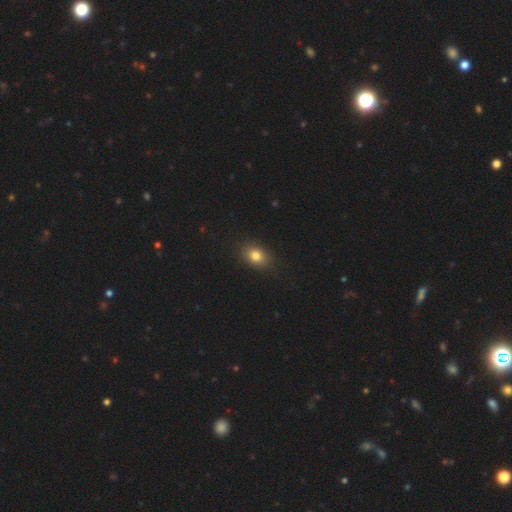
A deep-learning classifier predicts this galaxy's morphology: smooth-or-featured: smooth: 81% | star or artifact: 12% | featured or disk: 8%
  how-rounded: in between: 63% | round: 35% | cigar-shaped: 1%
  merging: none: 87% | minor disturbance: 9% | major disturbance: 2% | merger: 1%